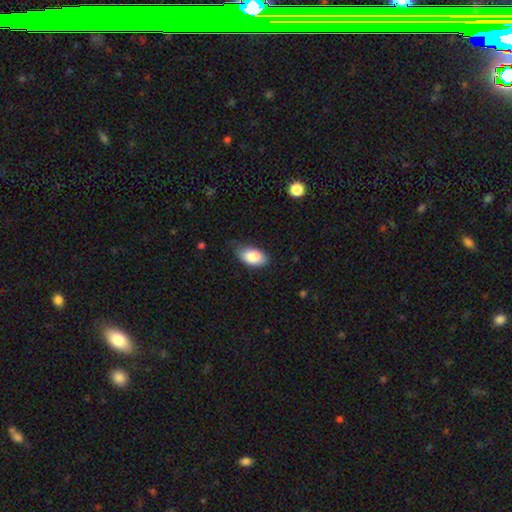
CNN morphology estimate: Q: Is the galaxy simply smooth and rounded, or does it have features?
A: smooth — 86%.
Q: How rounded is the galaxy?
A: in between — 93%.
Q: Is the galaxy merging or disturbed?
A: none — 69%.